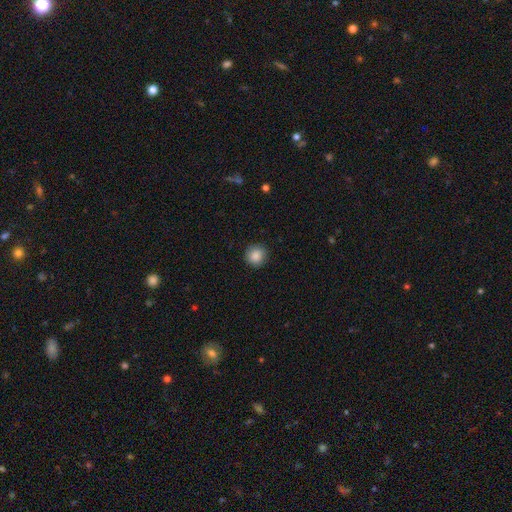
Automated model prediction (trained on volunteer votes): smooth_or_featured: smooth (p=0.87) [alt: star or artifact p=0.09]
how_rounded: round (p=0.90) [alt: in between p=0.09]
merging: none (p=0.89) [alt: minor disturbance p=0.08]